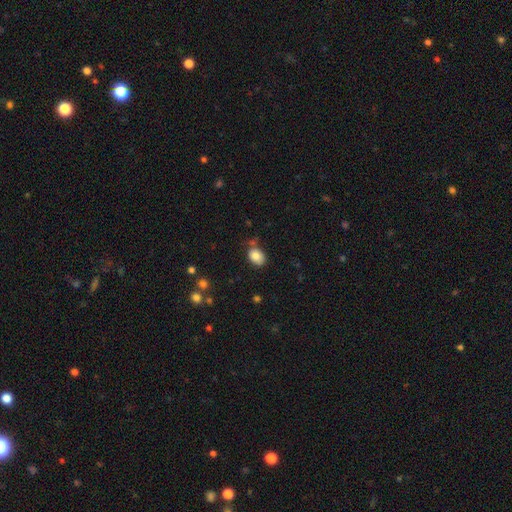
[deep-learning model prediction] Smooth or featured? Predicted: smooth (p=0.85). How rounded? Predicted: in between (p=0.72). Merging? Predicted: none (p=0.68).